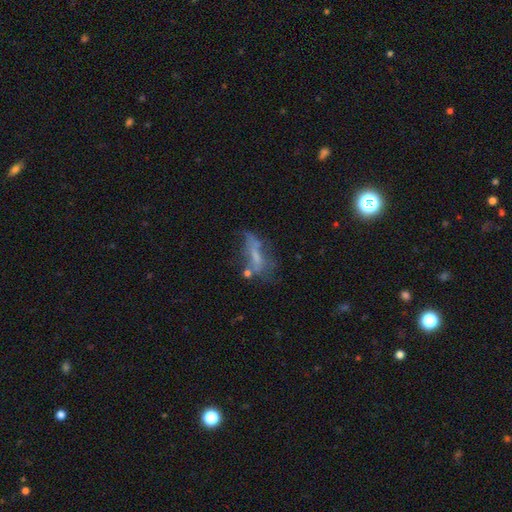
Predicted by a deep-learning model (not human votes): smooth_or_featured: featured or disk (p=0.47) [alt: smooth p=0.37]
merging: none (p=0.36) [alt: major disturbance p=0.29]